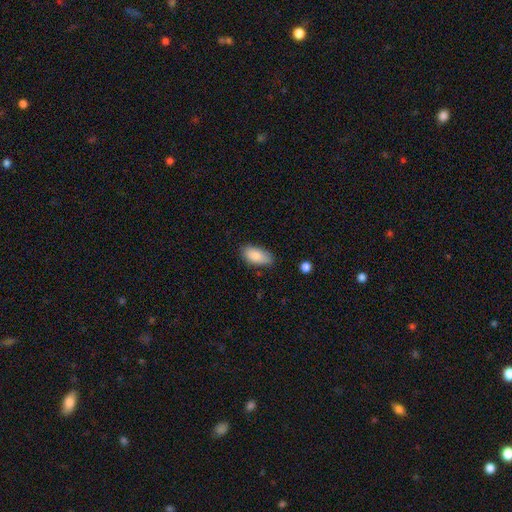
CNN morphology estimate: This is clearly a smooth galaxy (87%). How rounded: clearly in between (91%). Merging: likely none (75%).